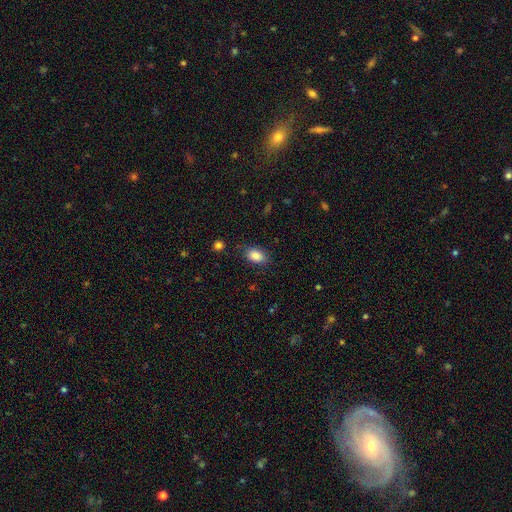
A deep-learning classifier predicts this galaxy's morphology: Smooth or featured?
  - smooth: 87% *
  - star or artifact: 8%
  - featured or disk: 5%
How rounded?
  - in between: 87% *
  - round: 11%
  - cigar-shaped: 2%
Merging?
  - none: 79% *
  - minor disturbance: 15%
  - major disturbance: 4%
  - merger: 1%